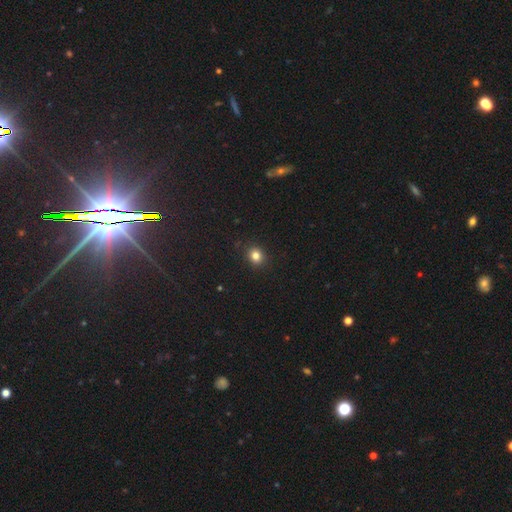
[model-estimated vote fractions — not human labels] Smooth or featured: smooth — 82% (star or artifact — 13%)
How rounded: round — 72% (in between — 27%)
Merging: none — 90% (minor disturbance — 7%)